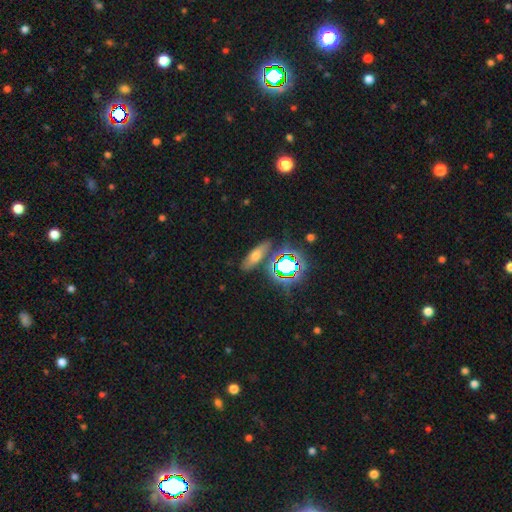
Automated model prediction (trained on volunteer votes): Smooth or featured?
  - smooth: 51% *
  - star or artifact: 26%
  - featured or disk: 23%
How rounded?
  - in between: 48% *
  - cigar-shaped: 44%
  - round: 9%
Merging?
  - none: 78% *
  - minor disturbance: 12%
  - merger: 6%
  - major disturbance: 4%